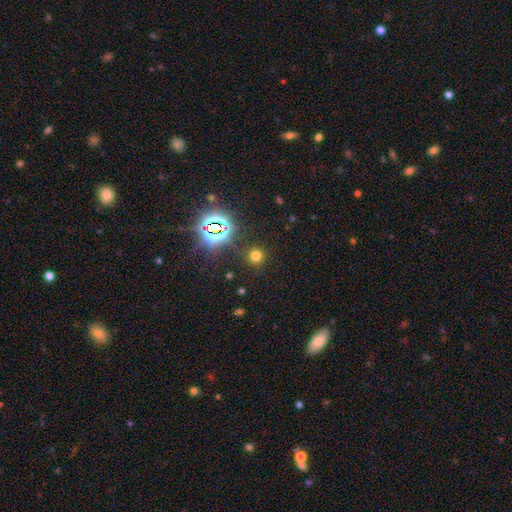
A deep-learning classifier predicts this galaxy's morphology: The model was most divided on "smooth or featured": smooth: 65%, star or artifact: 29%, featured or disk: 6%. More confident: how rounded — round (94%); merging — none (88%).